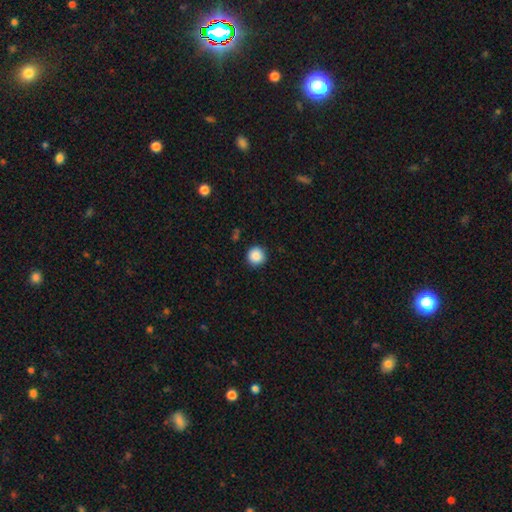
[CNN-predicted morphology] A smooth galaxy with no disk features (88%) that is round (95%).

Vote fractions:
- Smooth or featured? smooth: 88% / star or artifact: 9% / featured or disk: 3%
- How rounded? round: 95% / in between: 4% / cigar-shaped: 1%
- Merging? none: 91% / minor disturbance: 6% / major disturbance: 2% / merger: 1%